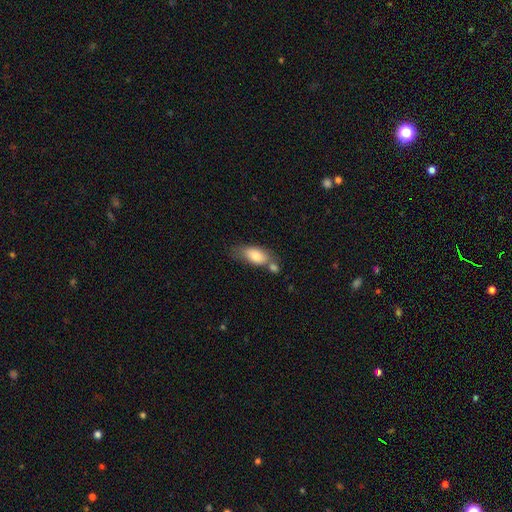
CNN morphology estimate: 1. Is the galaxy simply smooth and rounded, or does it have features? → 78% smooth, 15% featured or disk, 7% star or artifact.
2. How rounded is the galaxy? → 87% in between, 8% cigar-shaped, 5% round.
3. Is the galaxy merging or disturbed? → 42% none, 32% merger, 19% minor disturbance, 7% major disturbance.